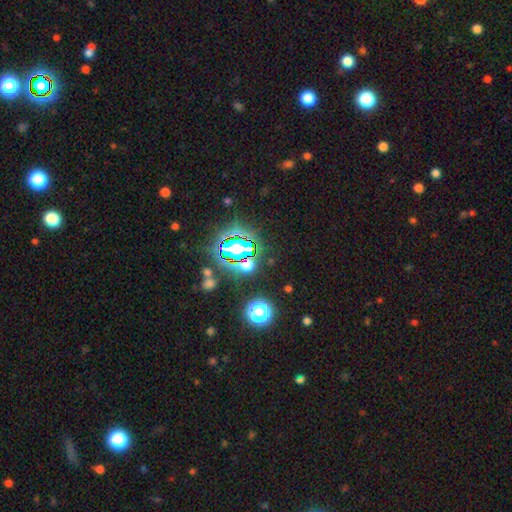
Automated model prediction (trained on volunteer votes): The model was most divided on "smooth or featured": star or artifact: 82%, smooth: 11%, featured or disk: 7%.